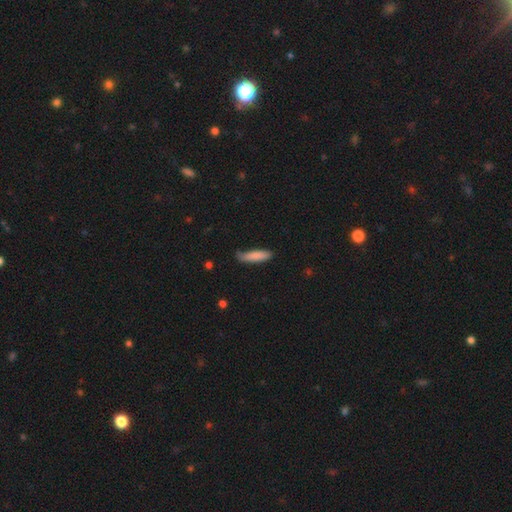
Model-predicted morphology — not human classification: smooth 84%, featured or disk 10%, star or artifact 6%. Down the decision tree: how rounded — cigar-shaped (71%); merging — none (65%).